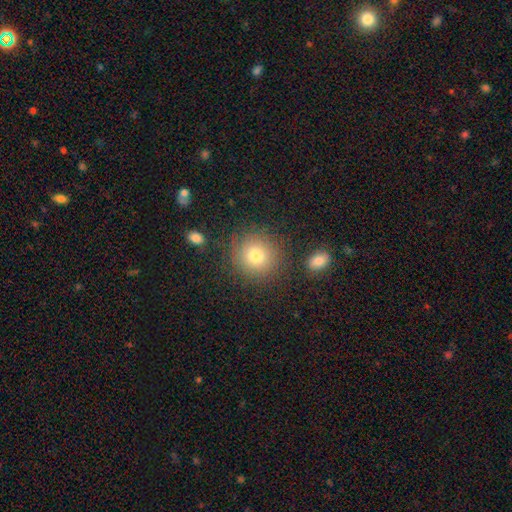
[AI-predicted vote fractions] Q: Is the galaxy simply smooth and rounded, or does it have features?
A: smooth — 77%.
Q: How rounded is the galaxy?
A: round — 91%.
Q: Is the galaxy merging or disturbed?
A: none — 84%.